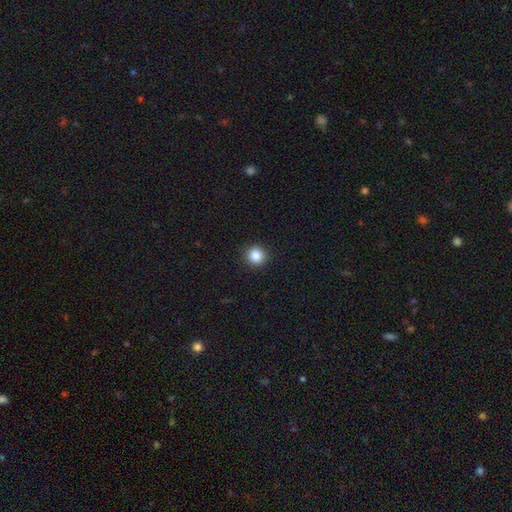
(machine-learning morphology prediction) This appears to be a smooth galaxy with no disk features (86%) that is round (92%). Merging: none (93%).